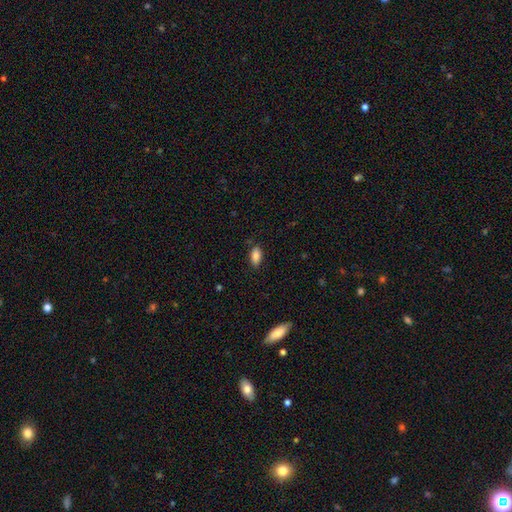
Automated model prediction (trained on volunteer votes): Smooth or featured? smooth (85%)
How rounded? in between (90%)
Merging? none (83%)